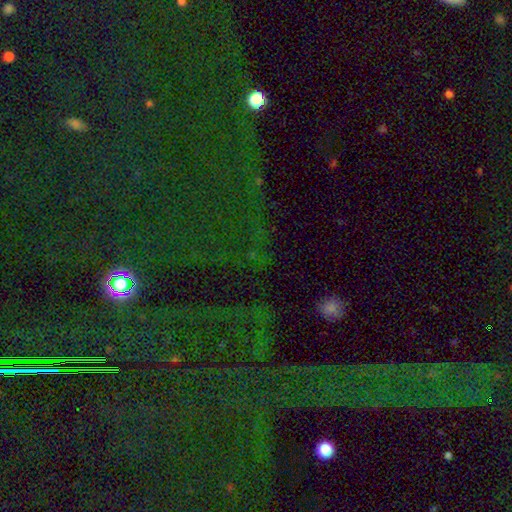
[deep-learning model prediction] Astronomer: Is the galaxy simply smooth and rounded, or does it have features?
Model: star or artifact — 78%.